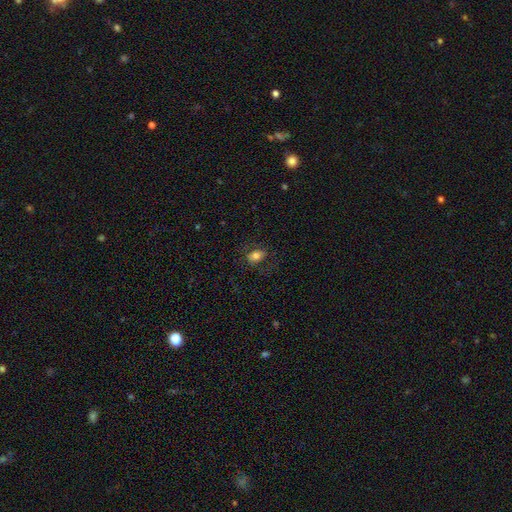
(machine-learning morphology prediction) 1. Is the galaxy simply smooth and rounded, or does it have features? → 71% smooth, 19% featured or disk, 10% star or artifact.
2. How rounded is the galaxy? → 79% in between, 19% round, 2% cigar-shaped.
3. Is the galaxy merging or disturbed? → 74% none, 15% minor disturbance, 10% major disturbance, 1% merger.